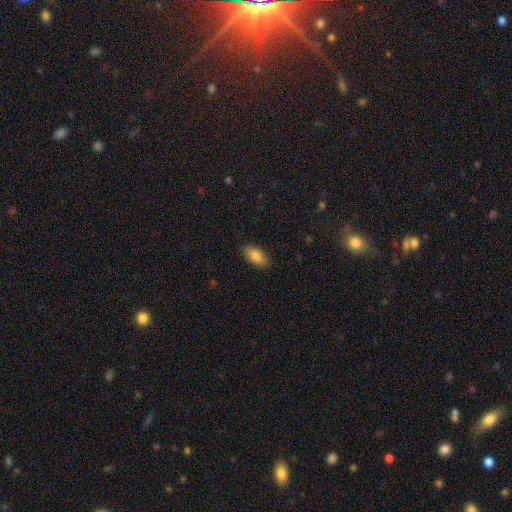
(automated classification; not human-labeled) Smooth or featured: smooth — 84% (featured or disk — 9%)
How rounded: in between — 91% (cigar-shaped — 6%)
Merging: none — 89% (minor disturbance — 9%)